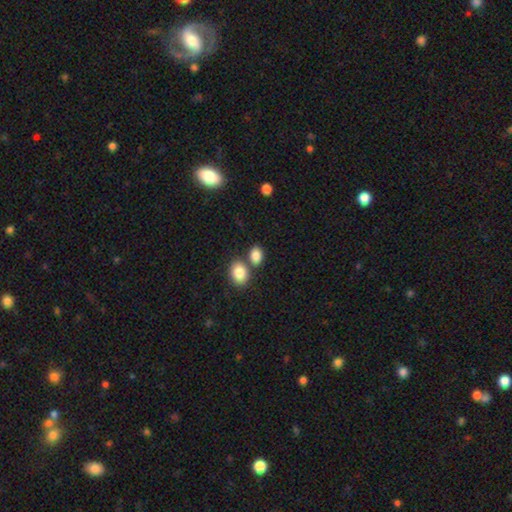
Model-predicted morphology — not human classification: Smooth or featured? Predicted: smooth (p=0.86). How rounded? Predicted: in between (p=0.73). Merging? Predicted: none (p=0.58).